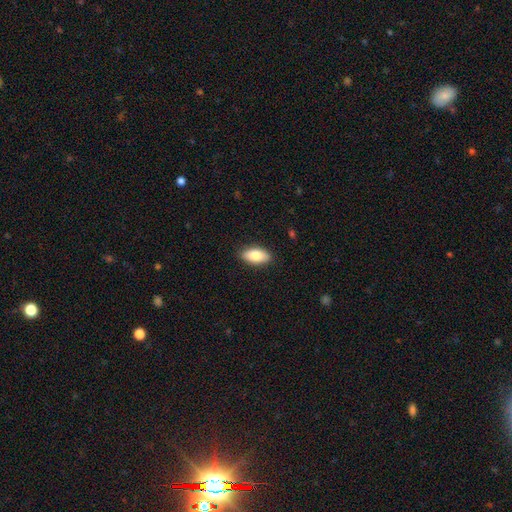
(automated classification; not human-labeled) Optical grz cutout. It shows a smooth galaxy with no disk features (81%) that is in between round and cigar-shaped (91%). Merging: none (87%).